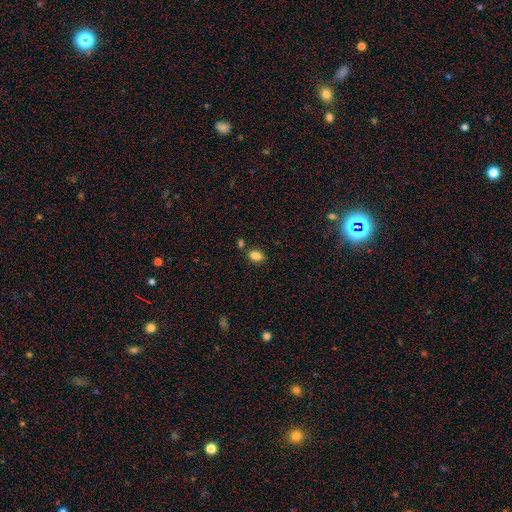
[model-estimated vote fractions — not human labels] This is clearly a smooth galaxy (85%). How rounded: clearly in between (85%). Merging: likely none (77%).